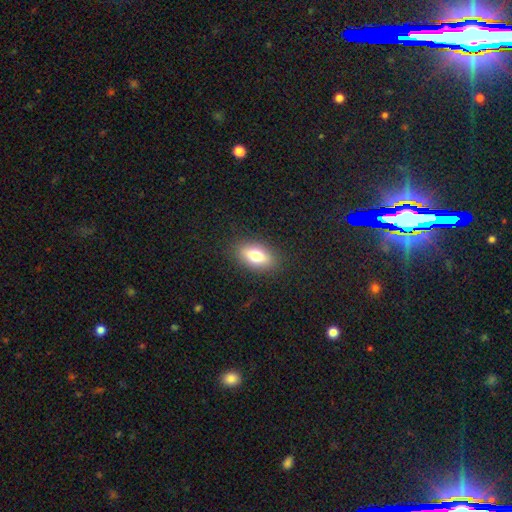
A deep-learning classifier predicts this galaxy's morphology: This is likely a smooth galaxy (73%). How rounded: clearly in between (85%). Merging: clearly none (87%).